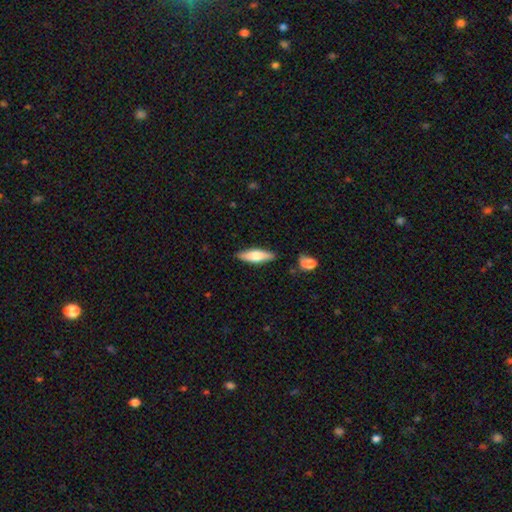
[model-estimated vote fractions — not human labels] Smooth or featured? Predicted: smooth (p=0.62). How rounded? Predicted: cigar-shaped (p=0.55). Merging? Predicted: none (p=0.85).